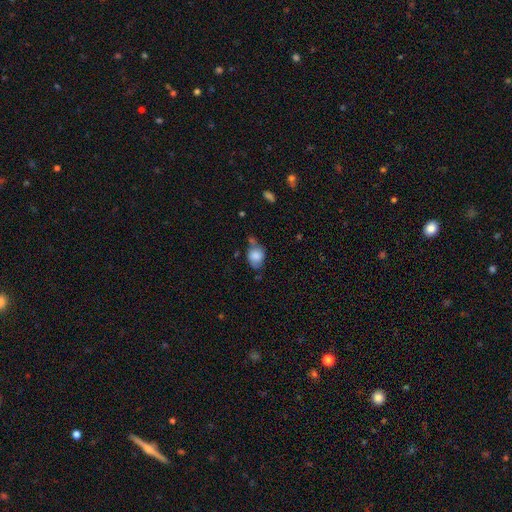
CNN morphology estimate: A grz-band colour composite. It shows a smooth galaxy with no disk features (75%) that is in between round and cigar-shaped (62%). Merging: none (47%).